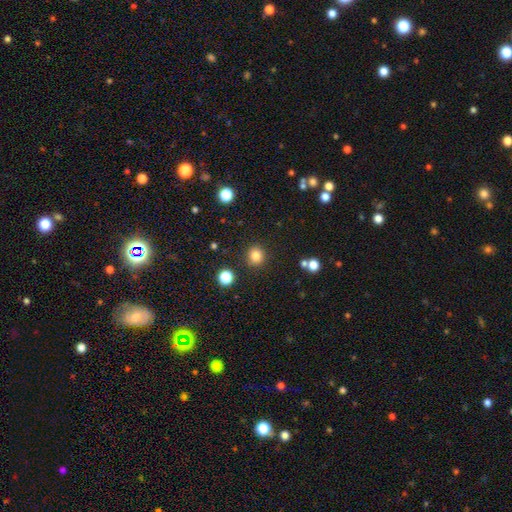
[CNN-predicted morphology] A smooth galaxy with no disk features (83%) that is round (91%). Merging: none (89%).